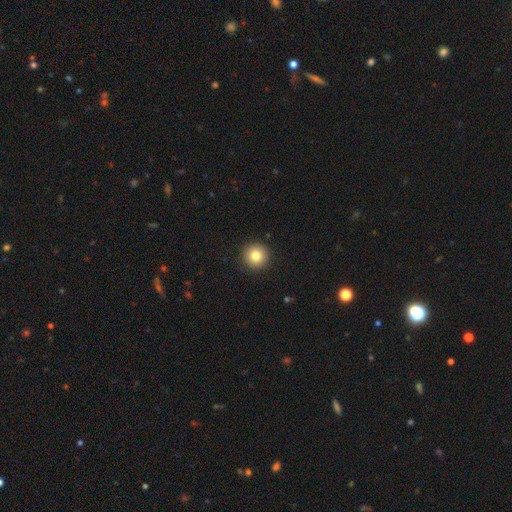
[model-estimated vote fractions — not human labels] A smooth galaxy with no disk features (82%) that is round (96%).

Vote fractions:
- Smooth or featured? smooth: 82% / star or artifact: 10% / featured or disk: 8%
- How rounded? round: 96% / in between: 4% / cigar-shaped: 1%
- Merging? none: 92% / minor disturbance: 5% / major disturbance: 2% / merger: 1%